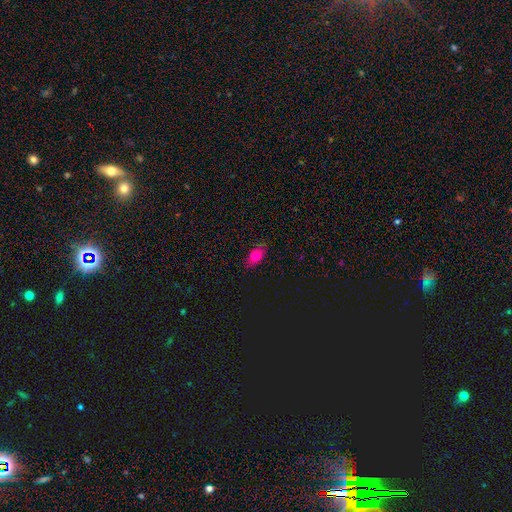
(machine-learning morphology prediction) smooth_or_featured: smooth (p=0.75) [alt: featured or disk p=0.15]
how_rounded: in between (p=0.83) [alt: round p=0.11]
merging: none (p=0.82) [alt: minor disturbance p=0.14]